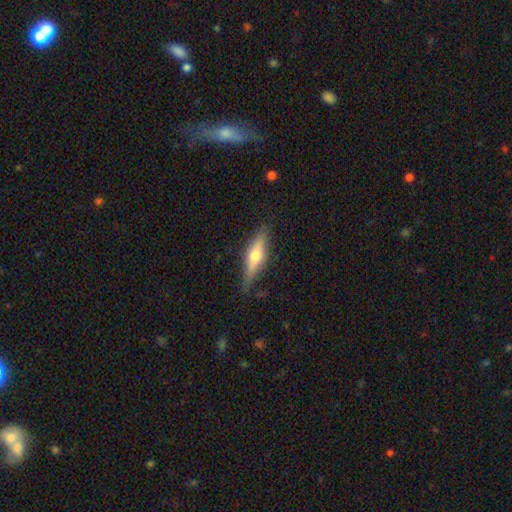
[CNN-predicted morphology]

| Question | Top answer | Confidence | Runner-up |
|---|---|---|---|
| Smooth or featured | featured or disk | 49% | smooth (45%) |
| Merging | none | 79% | minor disturbance (16%) |